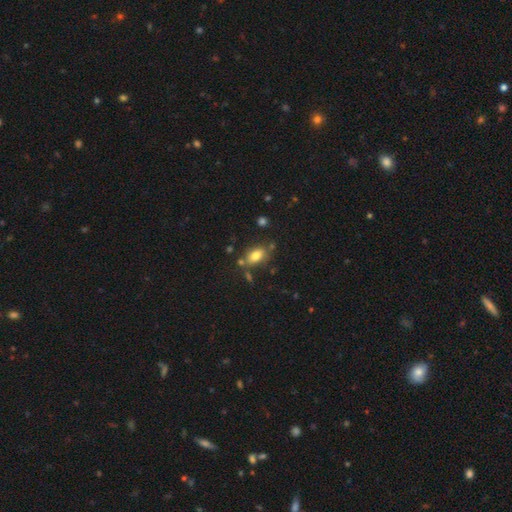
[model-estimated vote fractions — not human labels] Q: Smooth or featured?
A: smooth (80%); runner-up: featured or disk (11%)
Q: How rounded?
A: in between (85%); runner-up: round (12%)
Q: Merging?
A: none (70%); runner-up: minor disturbance (16%)